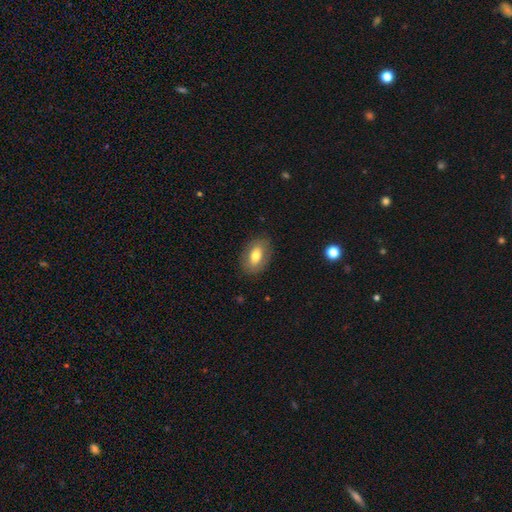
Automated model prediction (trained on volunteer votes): Smooth or featured? smooth (71%)
How rounded? in between (86%)
Merging? none (84%)